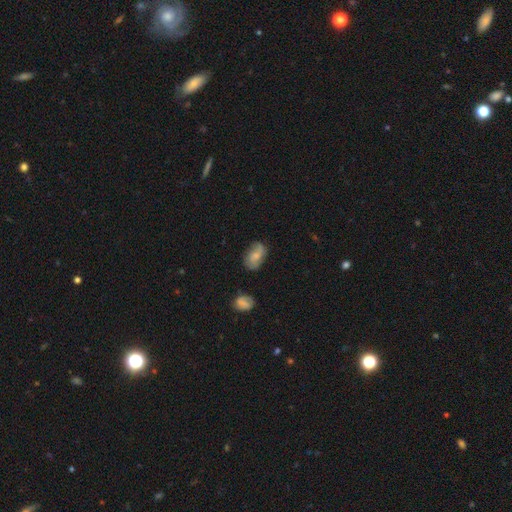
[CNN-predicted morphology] Smooth or featured?
  - smooth: 59% *
  - featured or disk: 32%
  - star or artifact: 8%
How rounded?
  - in between: 88% *
  - round: 10%
  - cigar-shaped: 2%
Merging?
  - none: 61% *
  - minor disturbance: 28%
  - major disturbance: 8%
  - merger: 3%